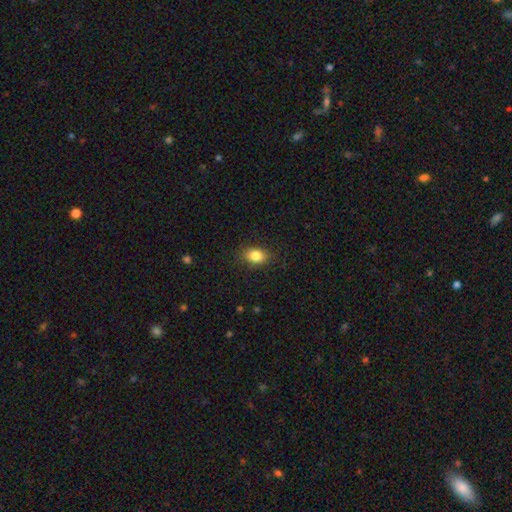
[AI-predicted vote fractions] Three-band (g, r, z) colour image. It shows a smooth galaxy with no disk features (84%) that is in between round and cigar-shaped (78%). Merging: none (86%).